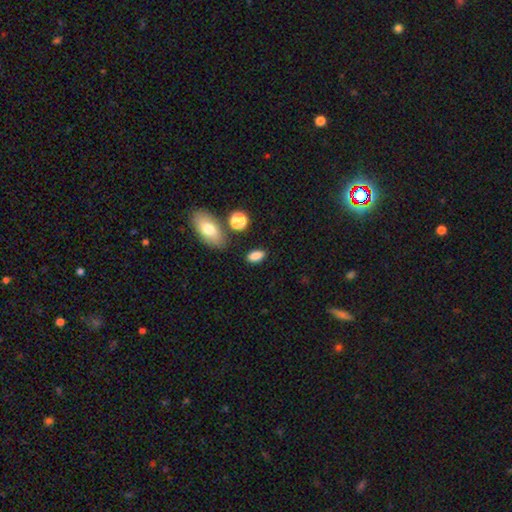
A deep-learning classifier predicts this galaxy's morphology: smooth-or-featured: smooth: 85% | star or artifact: 9% | featured or disk: 6%
  how-rounded: in between: 86% | round: 8% | cigar-shaped: 6%
  merging: none: 82% | minor disturbance: 10% | merger: 4% | major disturbance: 3%